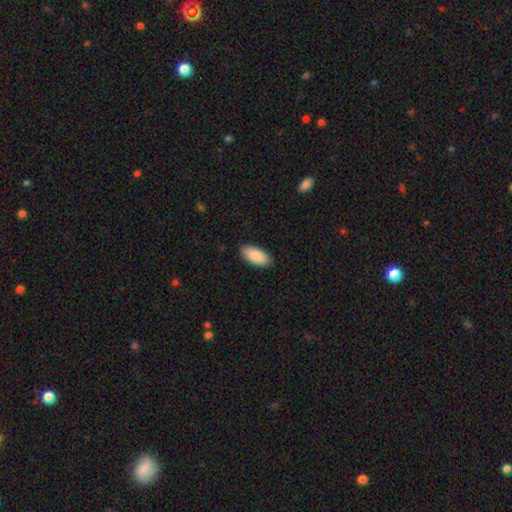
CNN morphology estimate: Smooth or featured? smooth (90%)
How rounded? in between (93%)
Merging? none (89%)